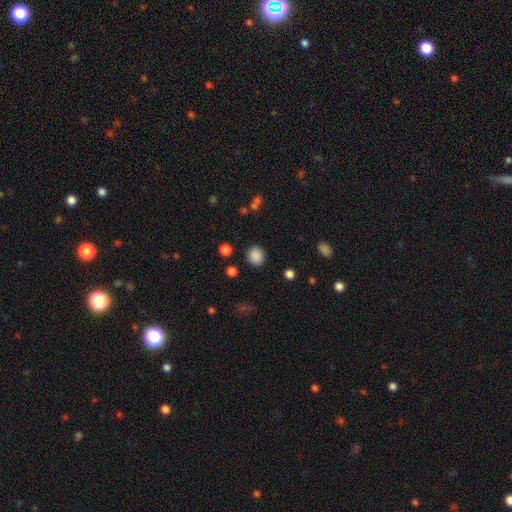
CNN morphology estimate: A smooth galaxy with no disk features (87%) that is round (83%). Merging: none (88%).